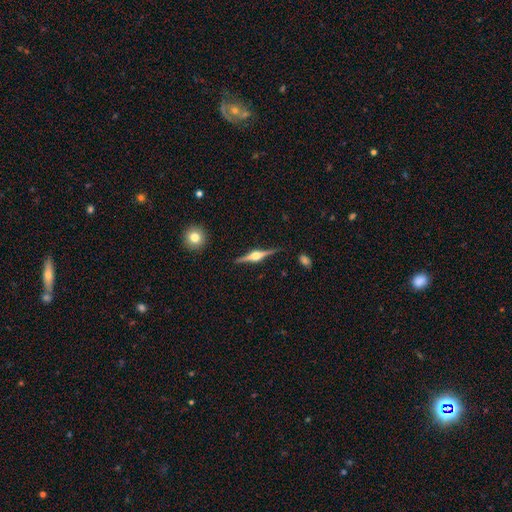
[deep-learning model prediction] Overall: featured or disk (85%). Edge-on disk: yes (98%). Edge-on bulge: rounded (94%). Merging: none (90%).